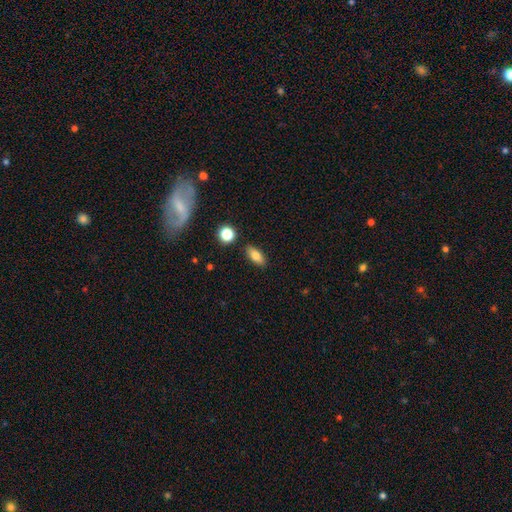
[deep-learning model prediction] Smooth or featured?
  - smooth: 77% *
  - featured or disk: 14%
  - star or artifact: 9%
How rounded?
  - in between: 81% *
  - cigar-shaped: 13%
  - round: 5%
Merging?
  - none: 87% *
  - minor disturbance: 8%
  - merger: 3%
  - major disturbance: 2%